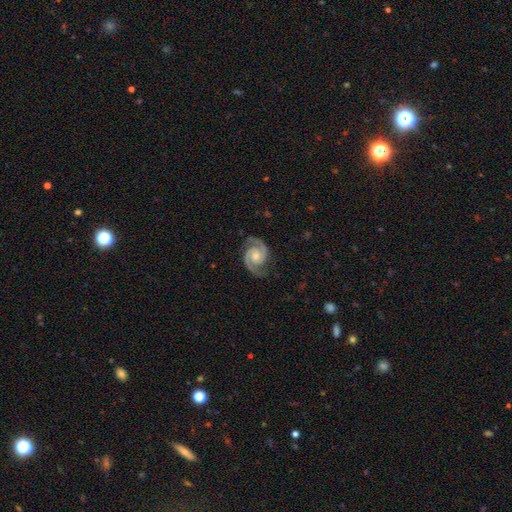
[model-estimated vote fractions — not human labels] The model was most divided on "spiral winding": medium: 50%, tight: 43%, loose: 8%. More confident: spiral arms — yes (99%); edge-on disk — no (98%); spiral arm count — 2 (94%); smooth or featured — featured or disk (92%); merging — none (81%); bar — no (65%); bulge size — moderate (55%).